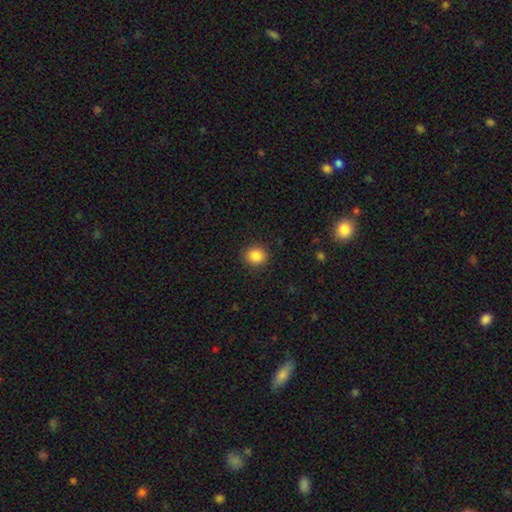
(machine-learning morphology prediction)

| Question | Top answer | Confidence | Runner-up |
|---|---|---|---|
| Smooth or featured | smooth | 86% | star or artifact (10%) |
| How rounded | round | 83% | in between (16%) |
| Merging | none | 90% | minor disturbance (7%) |